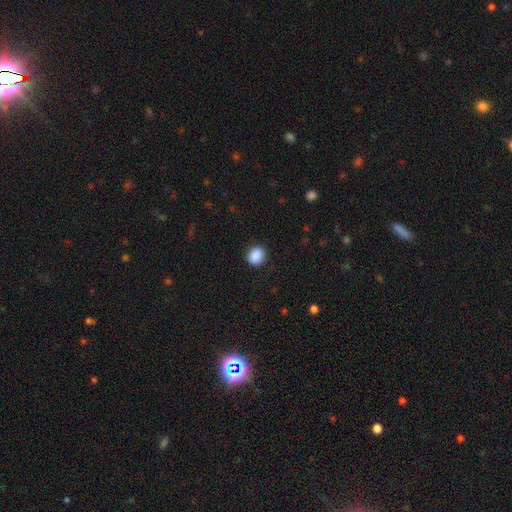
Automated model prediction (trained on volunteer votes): smooth 89%, star or artifact 8%, featured or disk 3%. Down the decision tree: how rounded — round (79%); merging — none (89%).